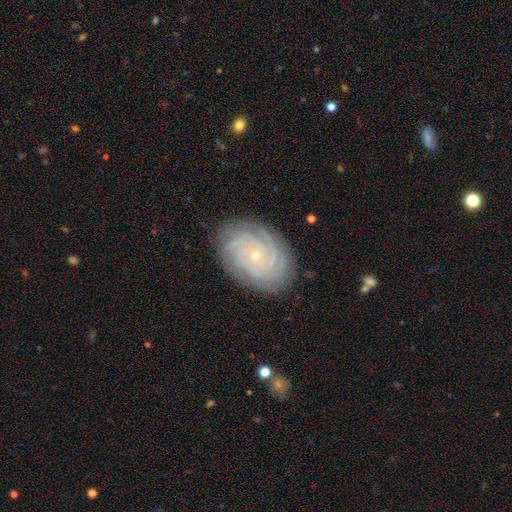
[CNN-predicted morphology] Smooth or featured: featured or disk — 85% (smooth — 8%)
Edge-on disk: no — 97% (yes — 3%)
Bar: no — 82% (weak — 14%)
Spiral arms: yes — 98% (no — 2%)
Spiral winding: tight — 83% (medium — 14%)
Spiral arm count: 4 — 27% (can't tell — 21%)
Bulge size: small — 84% (moderate — 13%)
Merging: none — 84% (minor disturbance — 12%)